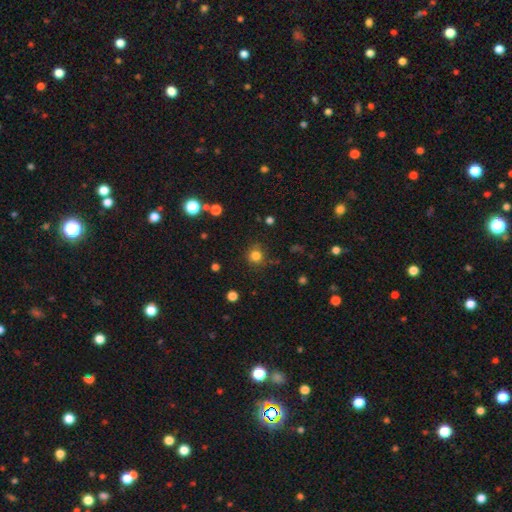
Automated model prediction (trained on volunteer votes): A smooth galaxy with no disk features (81%) that is round (91%). Merging: none (83%).